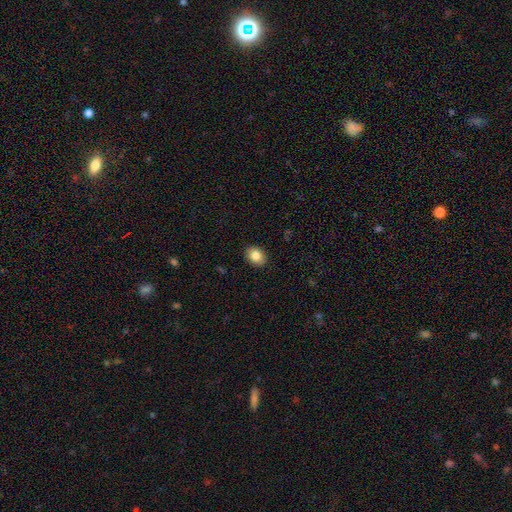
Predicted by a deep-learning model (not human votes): Smooth or featured? Predicted: smooth (p=0.85). How rounded? Predicted: in between (p=0.65). Merging? Predicted: none (p=0.90).